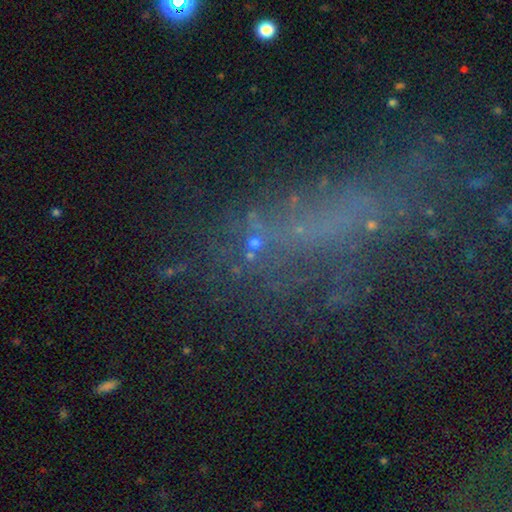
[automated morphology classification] A star or artifact, not a galaxy (41%).

Vote fractions:
- Smooth or featured? star or artifact: 41% / featured or disk: 30% / smooth: 29%